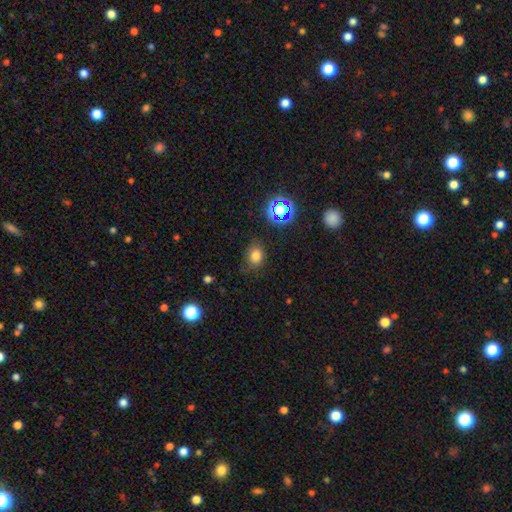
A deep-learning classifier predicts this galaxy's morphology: A smooth galaxy with no disk features (75%) that is in between round and cigar-shaped (50%). Merging: none (75%).